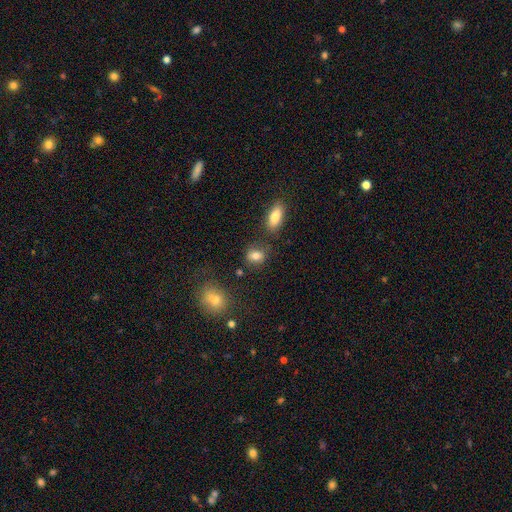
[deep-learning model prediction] smooth_or_featured: smooth (p=0.81) [alt: star or artifact p=0.11]
how_rounded: in between (p=0.60) [alt: round p=0.38]
merging: none (p=0.69) [alt: minor disturbance p=0.17]